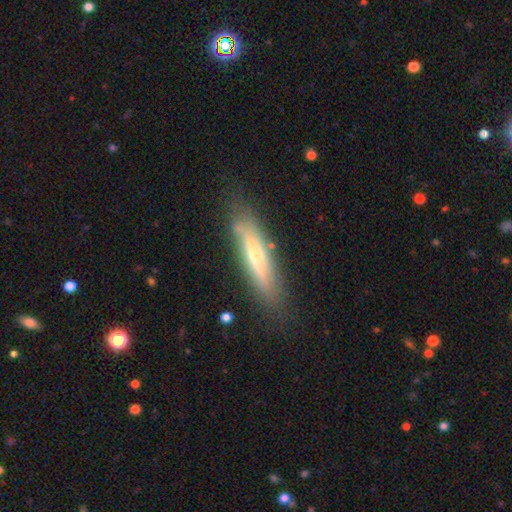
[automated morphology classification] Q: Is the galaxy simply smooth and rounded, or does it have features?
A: featured or disk — 54%.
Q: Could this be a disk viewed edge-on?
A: yes — 75%.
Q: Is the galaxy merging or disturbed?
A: none — 79%.